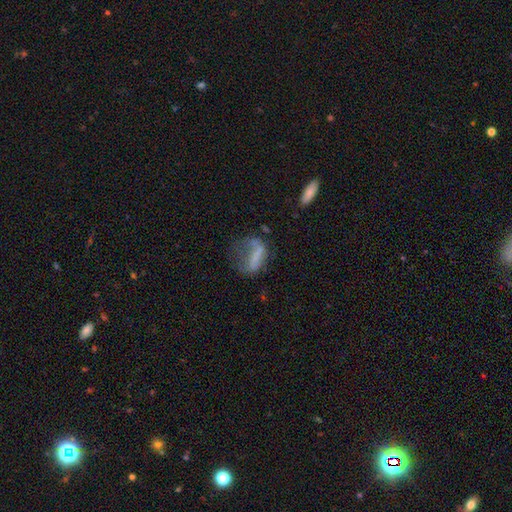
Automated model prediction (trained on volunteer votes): Smooth or featured? Predicted: smooth (p=0.54). How rounded? Predicted: in between (p=0.64). Merging? Predicted: major disturbance (p=0.48).